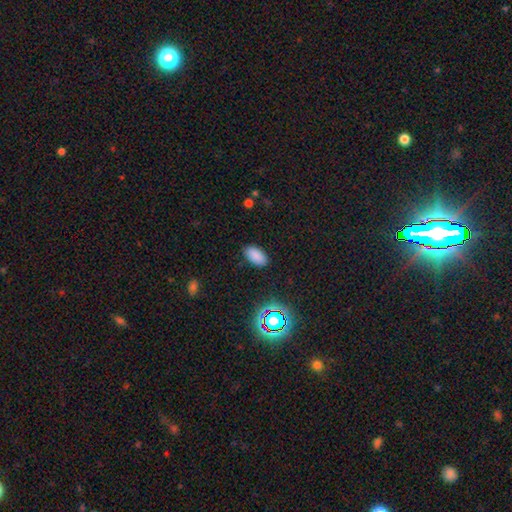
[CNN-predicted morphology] smooth 83%, star or artifact 13%, featured or disk 4%. Down the decision tree: how rounded — in between (94%); merging — none (87%).